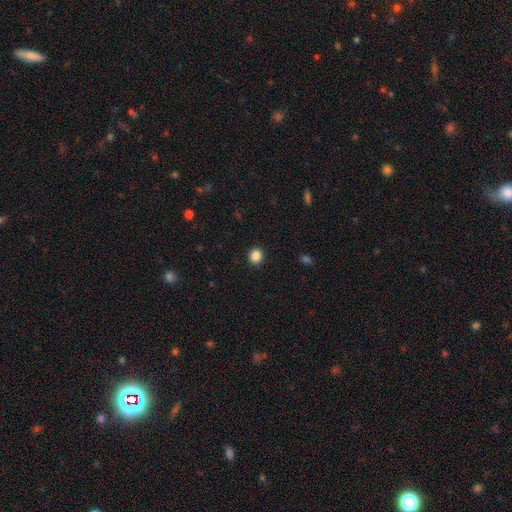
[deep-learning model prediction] smooth-or-featured: smooth: 86% | star or artifact: 10% | featured or disk: 3%
  how-rounded: round: 82% | in between: 18% | cigar-shaped: 1%
  merging: none: 92% | minor disturbance: 6% | major disturbance: 2% | merger: 1%